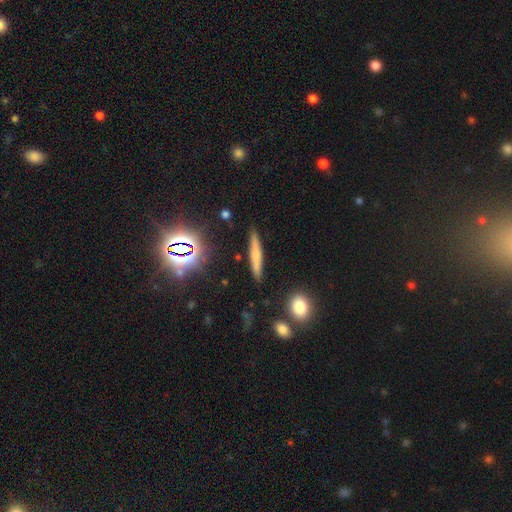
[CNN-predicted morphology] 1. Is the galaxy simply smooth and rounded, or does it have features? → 54% smooth, 33% featured or disk, 13% star or artifact.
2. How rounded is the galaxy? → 90% cigar-shaped, 7% in between, 3% round.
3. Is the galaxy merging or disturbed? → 86% none, 9% minor disturbance, 2% merger, 2% major disturbance.